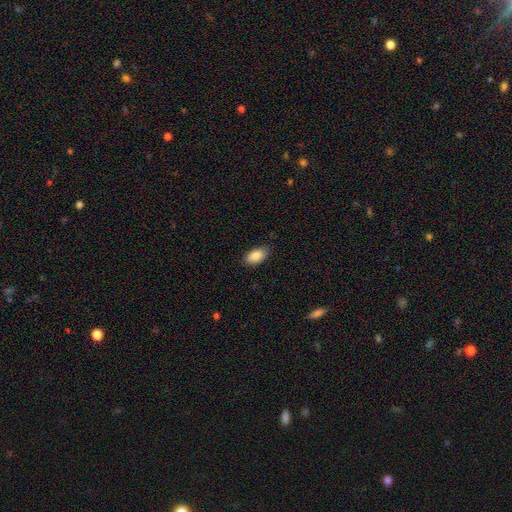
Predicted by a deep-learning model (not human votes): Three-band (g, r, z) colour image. It shows a smooth galaxy with no disk features (89%) that is in between round and cigar-shaped (94%). Merging: none (86%).